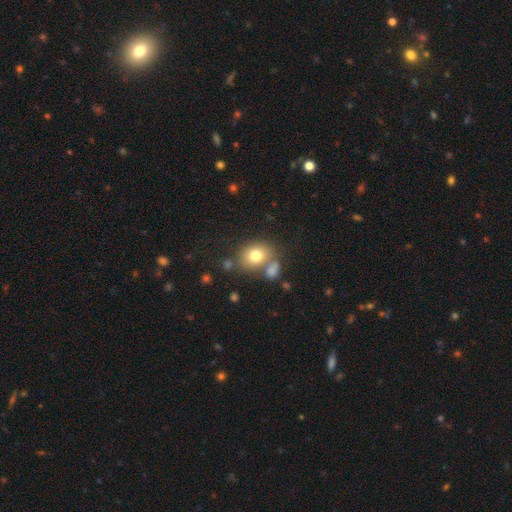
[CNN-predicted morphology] smooth 77%, featured or disk 13%, star or artifact 10%. Down the decision tree: how rounded — in between (51%); merging — none (58%).